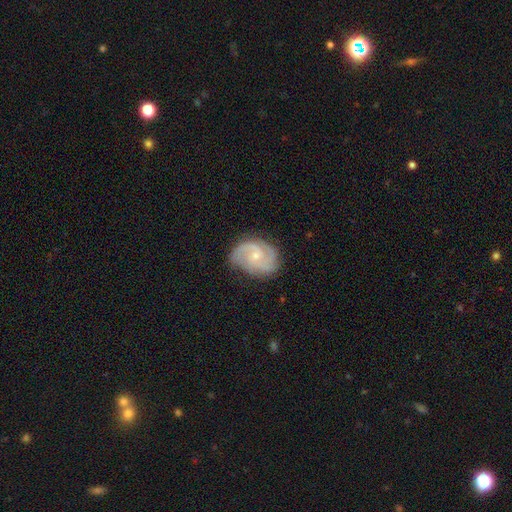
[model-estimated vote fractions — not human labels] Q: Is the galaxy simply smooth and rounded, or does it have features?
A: featured or disk — 85%.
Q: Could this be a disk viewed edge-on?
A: no — 98%.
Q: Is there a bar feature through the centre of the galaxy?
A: no — 65%.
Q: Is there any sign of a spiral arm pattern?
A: yes — 97%.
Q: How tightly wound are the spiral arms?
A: medium — 46%.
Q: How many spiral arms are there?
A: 2 — 49%.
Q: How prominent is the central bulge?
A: small — 68%.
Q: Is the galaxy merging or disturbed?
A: none — 73%.